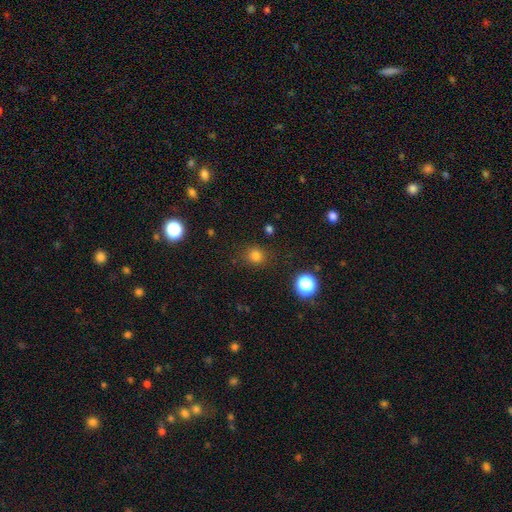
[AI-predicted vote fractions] Smooth or featured?
  - smooth: 79% *
  - star or artifact: 16%
  - featured or disk: 5%
How rounded?
  - round: 87% *
  - in between: 13%
  - cigar-shaped: 1%
Merging?
  - none: 86% *
  - minor disturbance: 9%
  - major disturbance: 3%
  - merger: 2%